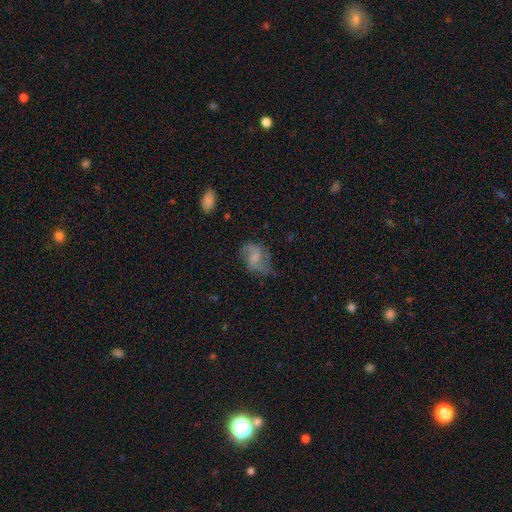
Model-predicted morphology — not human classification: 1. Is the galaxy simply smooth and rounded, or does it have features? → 60% featured or disk, 31% smooth, 9% star or artifact.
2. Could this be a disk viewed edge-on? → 97% no, 3% yes.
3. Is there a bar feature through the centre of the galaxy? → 56% no, 38% weak, 7% strong.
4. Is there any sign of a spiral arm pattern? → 85% yes, 15% no.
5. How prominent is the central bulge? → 37% small, 29% moderate, 28% none, 5% large, 1% dominant.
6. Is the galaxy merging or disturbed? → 54% none, 26% minor disturbance, 18% major disturbance, 2% merger.